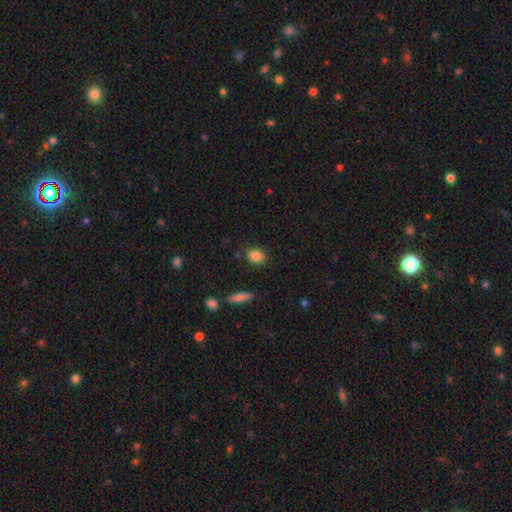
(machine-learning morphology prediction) A smooth galaxy with no disk features (84%) that is in between round and cigar-shaped (60%).

Vote fractions:
- Smooth or featured? smooth: 84% / star or artifact: 9% / featured or disk: 7%
- How rounded? in between: 60% / round: 37% / cigar-shaped: 3%
- Merging? none: 83% / minor disturbance: 12% / major disturbance: 3% / merger: 3%